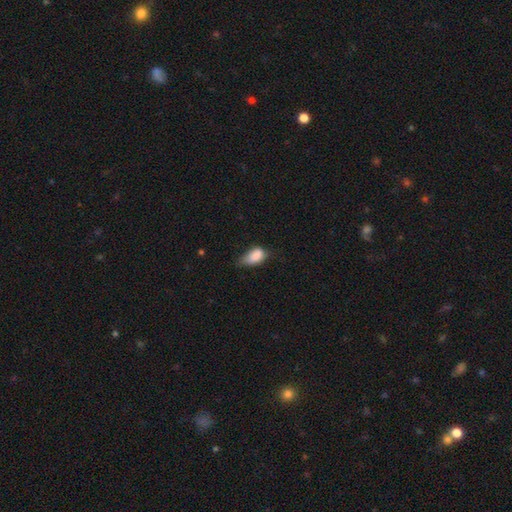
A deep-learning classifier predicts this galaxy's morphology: Q: Smooth or featured?
A: smooth (84%); runner-up: star or artifact (8%)
Q: How rounded?
A: in between (90%); runner-up: round (7%)
Q: Merging?
A: minor disturbance (49%); runner-up: none (30%)